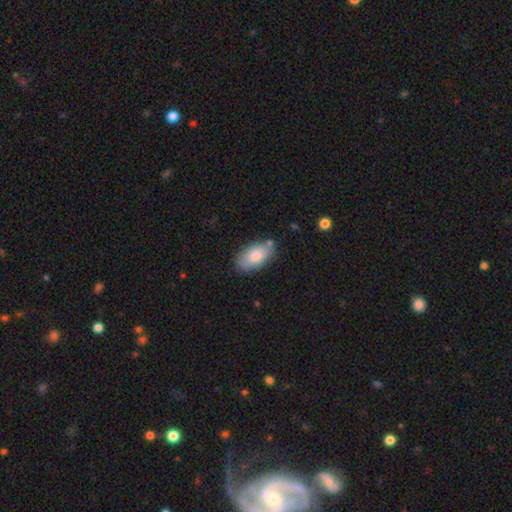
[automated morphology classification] A smooth galaxy with no disk features (82%) that is in between round and cigar-shaped (94%).

Vote fractions:
- Smooth or featured? smooth: 82% / featured or disk: 11% / star or artifact: 6%
- How rounded? in between: 94% / round: 4% / cigar-shaped: 3%
- Merging? none: 77% / minor disturbance: 15% / merger: 4% / major disturbance: 3%